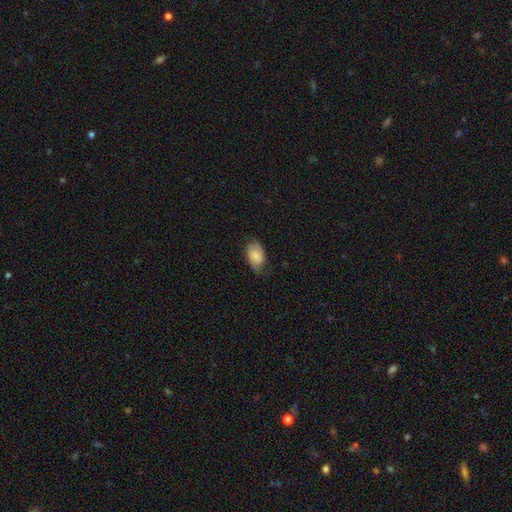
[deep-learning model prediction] This is likely a smooth galaxy (68%). How rounded: clearly in between (91%). Merging: likely none (64%).